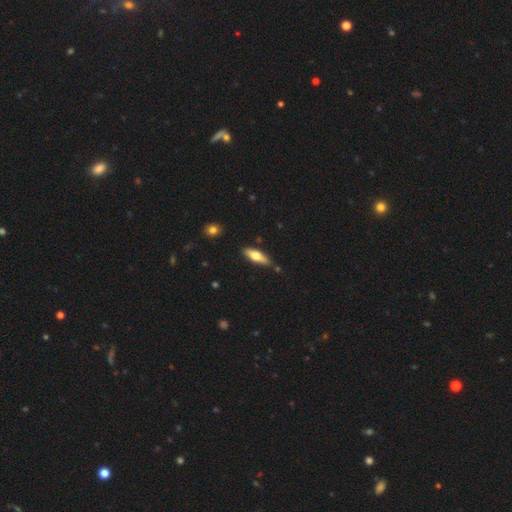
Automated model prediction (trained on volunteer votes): A smooth galaxy with no disk features (53%) that is cigar-shaped (53%). Merging: none (82%).